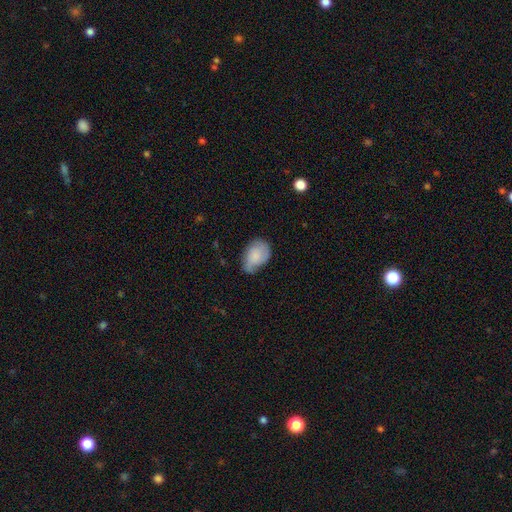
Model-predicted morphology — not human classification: A smooth galaxy with no disk features (63%) that is in between round and cigar-shaped (81%).

Vote fractions:
- Smooth or featured? smooth: 63% / featured or disk: 29% / star or artifact: 7%
- How rounded? in between: 81% / round: 17% / cigar-shaped: 1%
- Merging? none: 45% / minor disturbance: 39% / major disturbance: 14% / merger: 2%